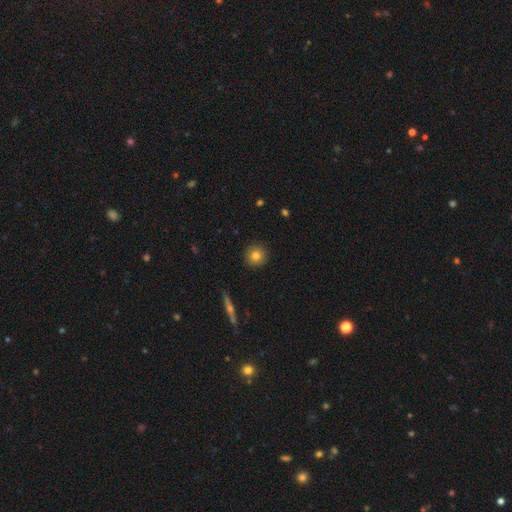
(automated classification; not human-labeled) Smooth or featured? Predicted: smooth (p=0.80). How rounded? Predicted: round (p=0.94). Merging? Predicted: none (p=0.91).